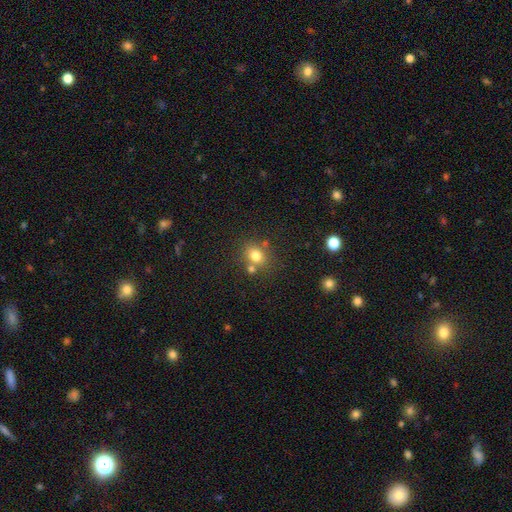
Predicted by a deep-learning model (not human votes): Q: Smooth or featured?
A: smooth (77%); runner-up: star or artifact (13%)
Q: How rounded?
A: round (57%); runner-up: in between (42%)
Q: Merging?
A: none (65%); runner-up: merger (18%)